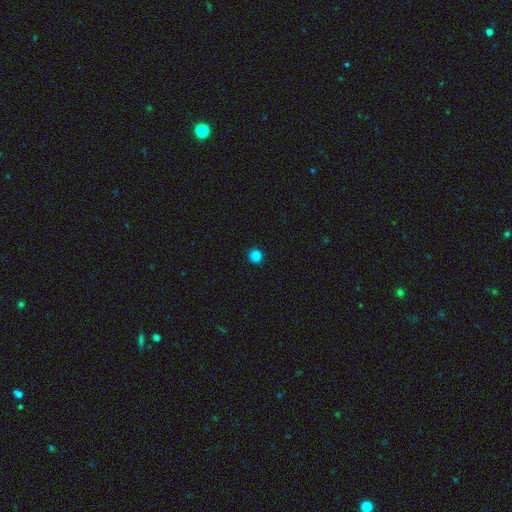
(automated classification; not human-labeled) Smooth or featured: smooth — 86% (star or artifact — 11%)
How rounded: round — 93% (in between — 6%)
Merging: none — 93% (minor disturbance — 4%)